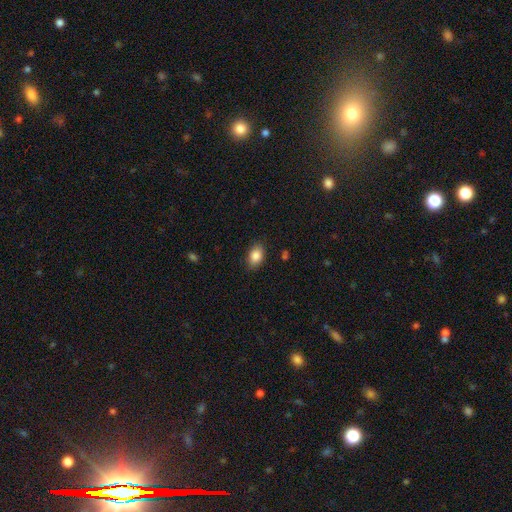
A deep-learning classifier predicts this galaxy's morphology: smooth_or_featured: smooth (p=0.87) [alt: star or artifact p=0.08]
how_rounded: in between (p=0.86) [alt: round p=0.13]
merging: none (p=0.85) [alt: minor disturbance p=0.11]